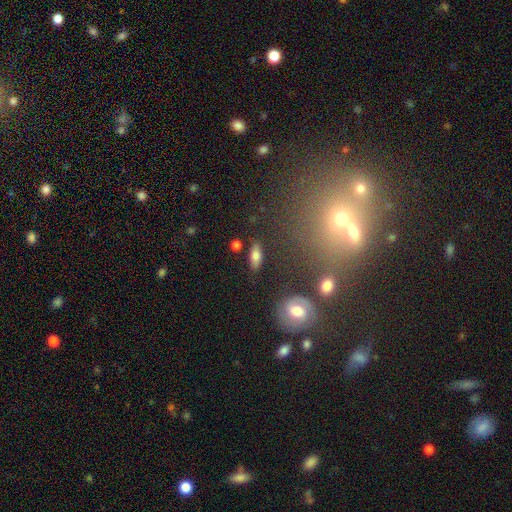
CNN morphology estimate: Overall: smooth (75%). How rounded: in between (75%). Merging: none (83%).